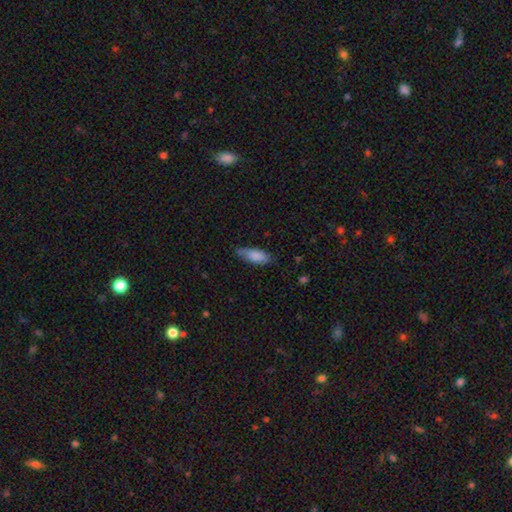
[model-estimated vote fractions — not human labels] The model was most divided on "merging": none: 64%, minor disturbance: 29%, major disturbance: 5%, merger: 2%. More confident: smooth or featured — smooth (84%); how rounded — in between (74%).